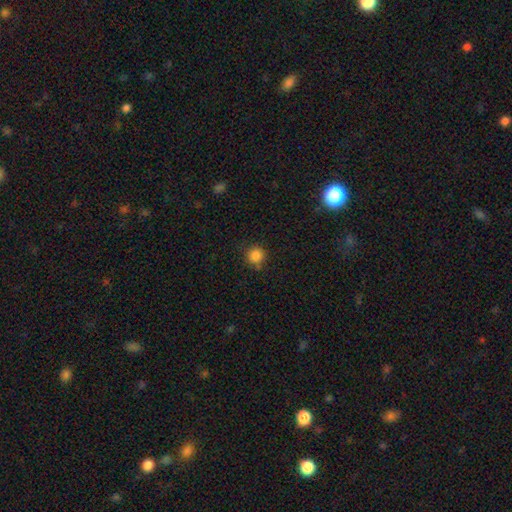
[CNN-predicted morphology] Smooth or featured? smooth (83%)
How rounded? round (92%)
Merging? none (81%)